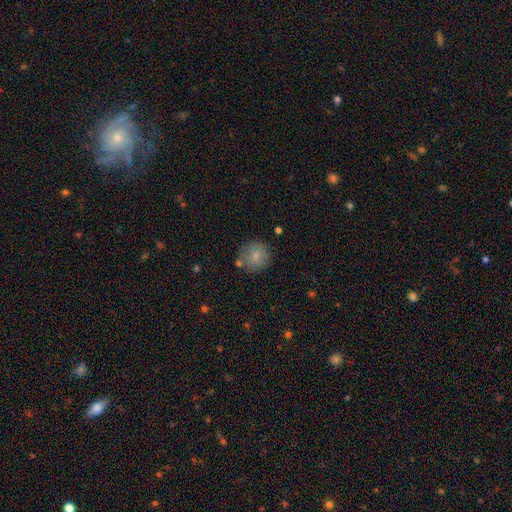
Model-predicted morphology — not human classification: Smooth or featured? Predicted: smooth (p=0.79). How rounded? Predicted: round (p=0.88). Merging? Predicted: none (p=0.75).